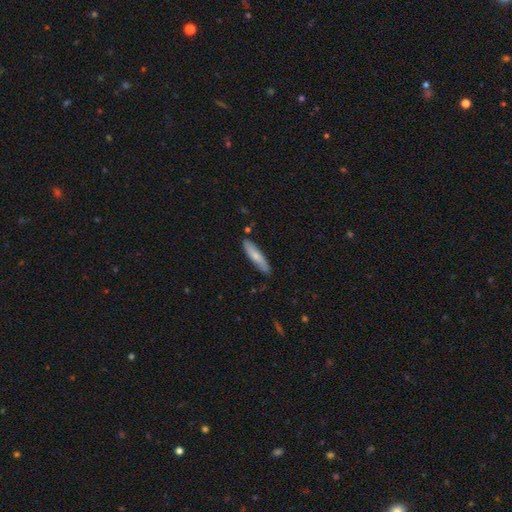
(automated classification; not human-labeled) This is likely a smooth galaxy (72%). How rounded: likely cigar-shaped (80%). Merging: clearly none (83%).